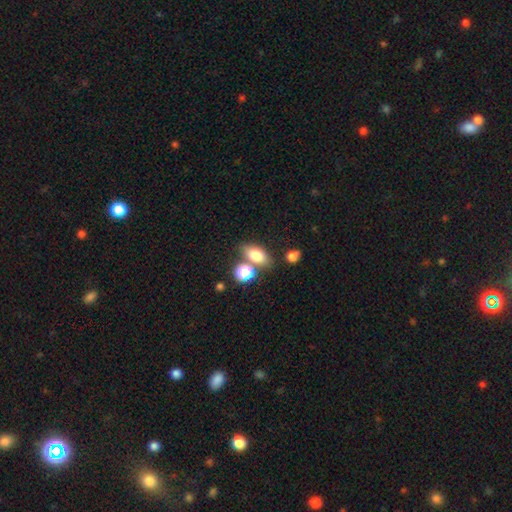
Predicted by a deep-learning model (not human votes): smooth-or-featured: smooth: 79% | featured or disk: 11% | star or artifact: 10%
  how-rounded: in between: 80% | round: 16% | cigar-shaped: 4%
  merging: none: 59% | merger: 25% | minor disturbance: 12% | major disturbance: 4%